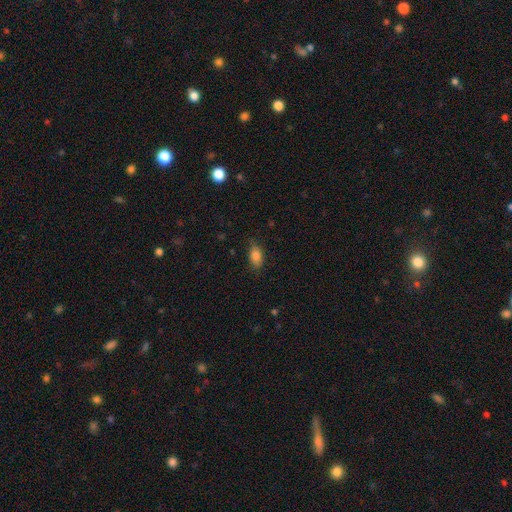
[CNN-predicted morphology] Overall: smooth (85%). How rounded: in between (88%). Merging: none (75%).